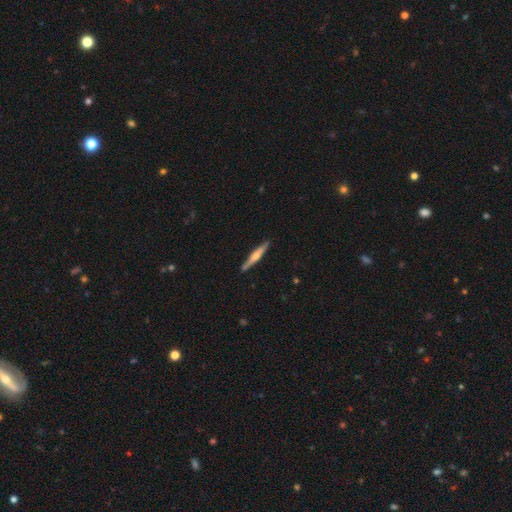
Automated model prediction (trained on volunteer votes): Smooth or featured? featured or disk (60%)
Edge-on disk? yes (97%)
Edge-on bulge? rounded (79%)
Merging? none (89%)